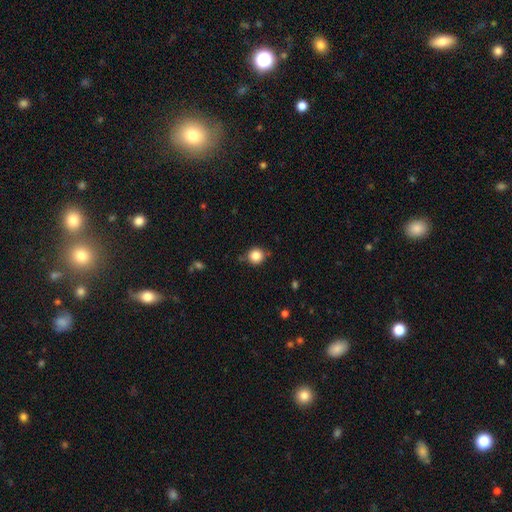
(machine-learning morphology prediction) A smooth galaxy with no disk features (84%) that is round (91%).

Vote fractions:
- Smooth or featured? smooth: 84% / star or artifact: 11% / featured or disk: 5%
- How rounded? round: 91% / in between: 8% / cigar-shaped: 1%
- Merging? none: 83% / minor disturbance: 11% / merger: 3% / major disturbance: 3%